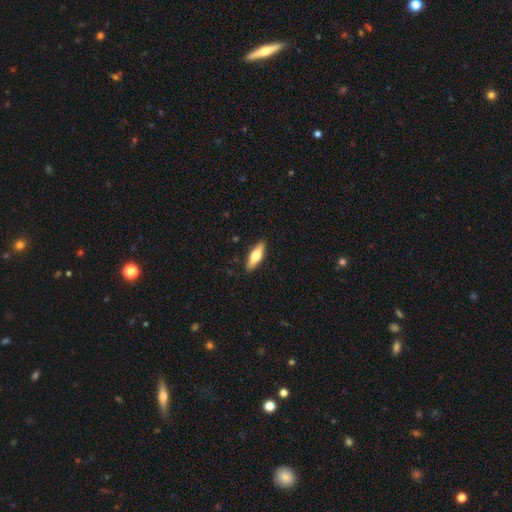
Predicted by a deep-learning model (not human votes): Smooth or featured? Predicted: smooth (p=0.53). How rounded? Predicted: cigar-shaped (p=0.53). Merging? Predicted: none (p=0.88).